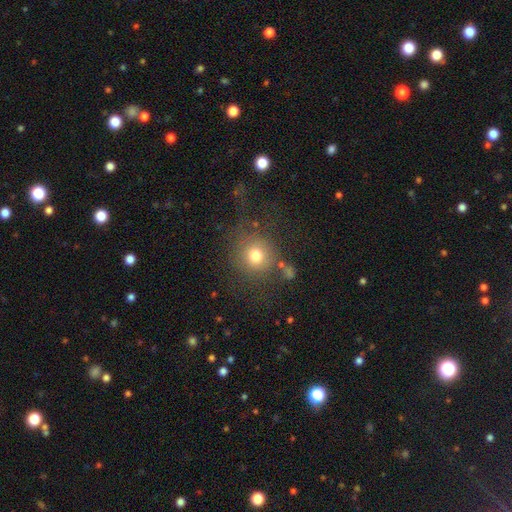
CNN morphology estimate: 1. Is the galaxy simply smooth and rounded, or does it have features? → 75% smooth, 14% star or artifact, 11% featured or disk.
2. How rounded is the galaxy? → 91% round, 8% in between, 1% cigar-shaped.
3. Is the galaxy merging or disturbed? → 69% none, 14% minor disturbance, 12% major disturbance, 5% merger.